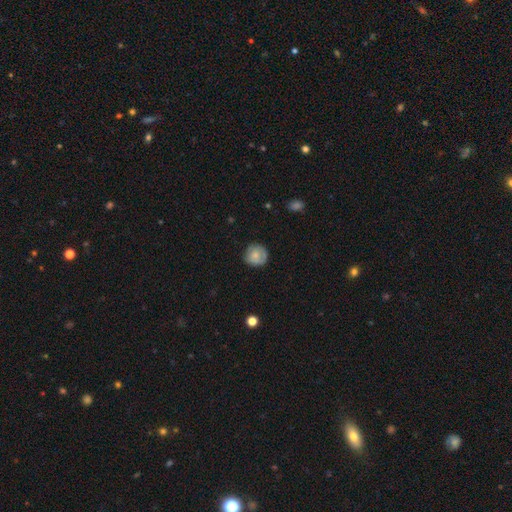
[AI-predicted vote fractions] Overall: smooth (71%). How rounded: round (89%). Merging: none (75%).